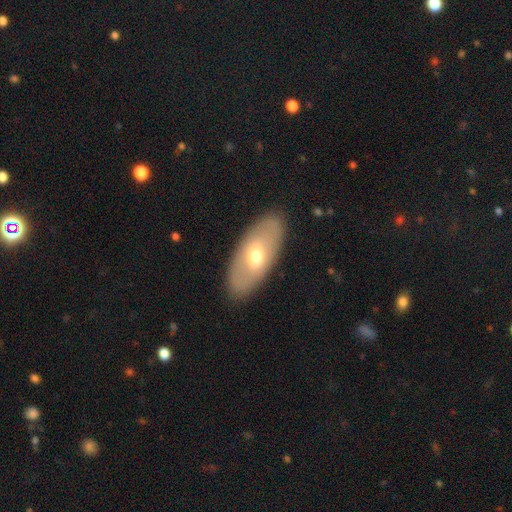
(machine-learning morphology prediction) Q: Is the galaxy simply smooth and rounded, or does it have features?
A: smooth — 52%.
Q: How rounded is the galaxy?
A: in between — 89%.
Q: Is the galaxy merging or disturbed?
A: none — 87%.